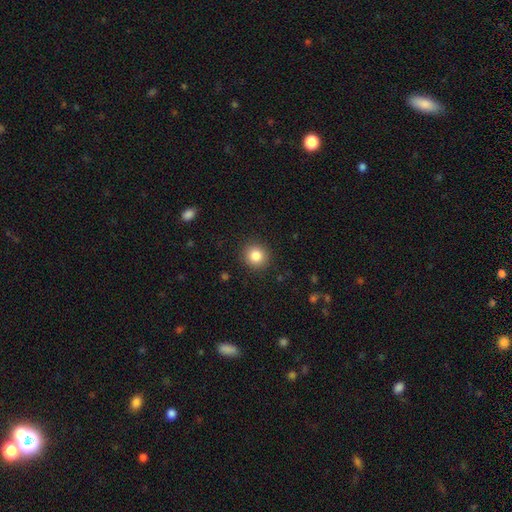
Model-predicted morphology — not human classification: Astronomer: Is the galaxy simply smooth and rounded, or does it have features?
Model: smooth — 85%.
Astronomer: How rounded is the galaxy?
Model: round — 91%.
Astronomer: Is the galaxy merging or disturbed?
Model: none — 91%.